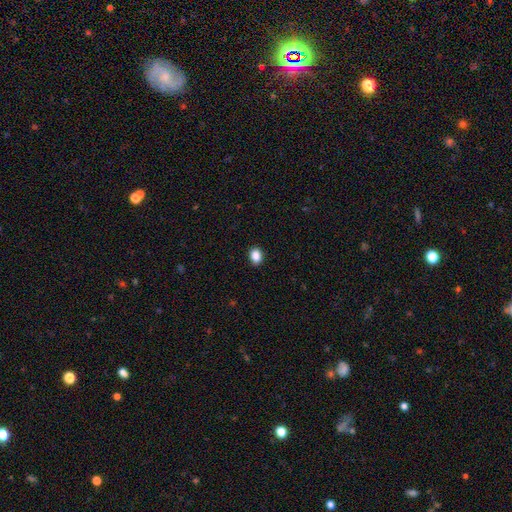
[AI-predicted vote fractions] This appears to be a smooth galaxy with no disk features (88%) that is in between round and cigar-shaped (64%). Merging: none (89%).